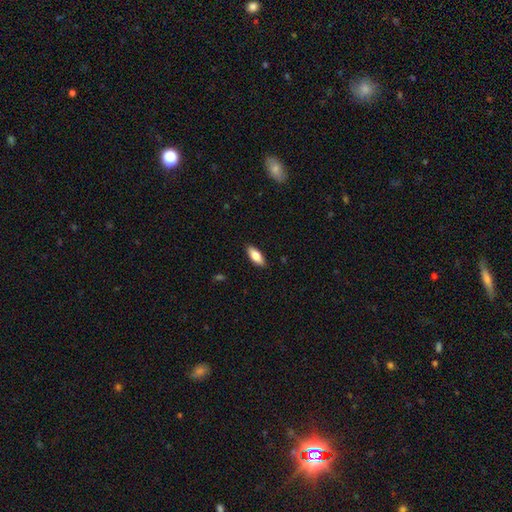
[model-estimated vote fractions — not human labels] A smooth galaxy with no disk features (78%) that is in between round and cigar-shaped (74%). Merging: none (89%).